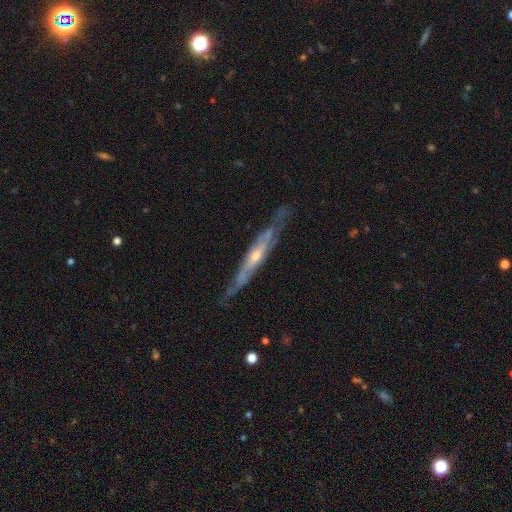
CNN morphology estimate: This is likely a featured or disk galaxy (80%). It is likely viewed edge-on (72%). Edge-on bulge: likely rounded (65%). Merging: likely none (75%).